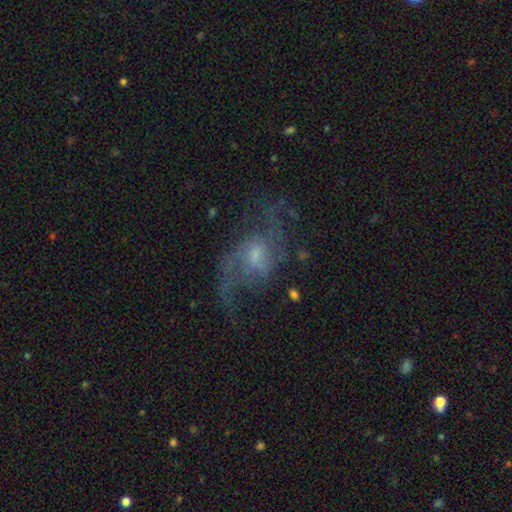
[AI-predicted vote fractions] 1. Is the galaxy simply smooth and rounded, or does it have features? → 78% featured or disk, 14% smooth, 8% star or artifact.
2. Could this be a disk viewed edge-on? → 96% no, 4% yes.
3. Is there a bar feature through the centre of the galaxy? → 51% no, 43% weak, 7% strong.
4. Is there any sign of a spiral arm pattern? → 87% yes, 13% no.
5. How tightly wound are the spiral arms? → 60% loose, 32% medium, 8% tight.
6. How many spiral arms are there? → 66% 2, 13% can't tell, 9% 1, 6% 3, 3% 4, 3% more than 4.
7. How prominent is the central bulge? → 48% small, 36% moderate, 9% none, 5% large, 1% dominant.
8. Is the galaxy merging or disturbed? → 50% none, 28% major disturbance, 18% minor disturbance, 3% merger.